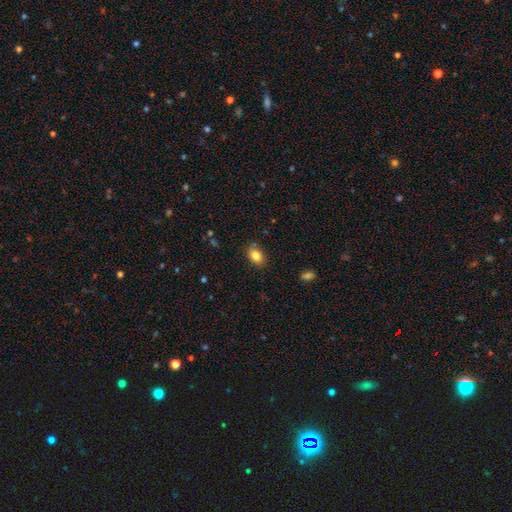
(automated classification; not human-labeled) Smooth or featured?
  - smooth: 83% *
  - star or artifact: 9%
  - featured or disk: 8%
How rounded?
  - in between: 80% *
  - round: 19%
  - cigar-shaped: 1%
Merging?
  - none: 81% *
  - minor disturbance: 14%
  - major disturbance: 3%
  - merger: 2%